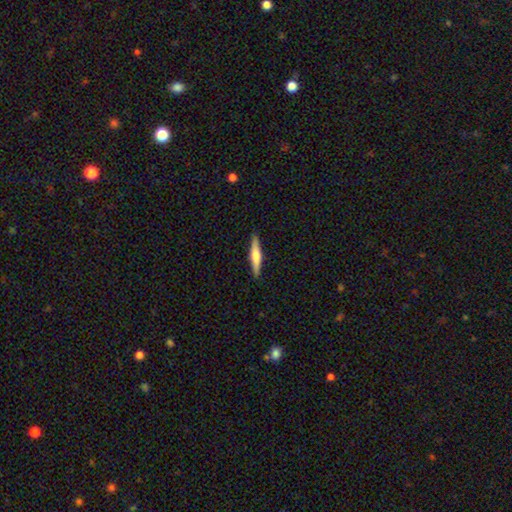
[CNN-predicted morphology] This appears to be a smooth galaxy with no disk features (49%). Merging: none (90%).